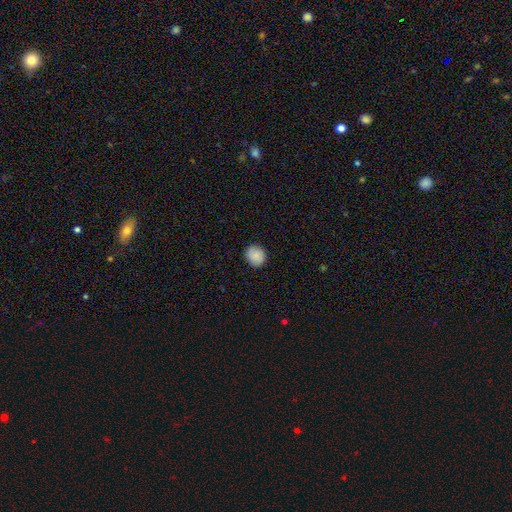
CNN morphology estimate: This appears to be a smooth galaxy with no disk features (88%) that is round (83%). Merging: none (89%).